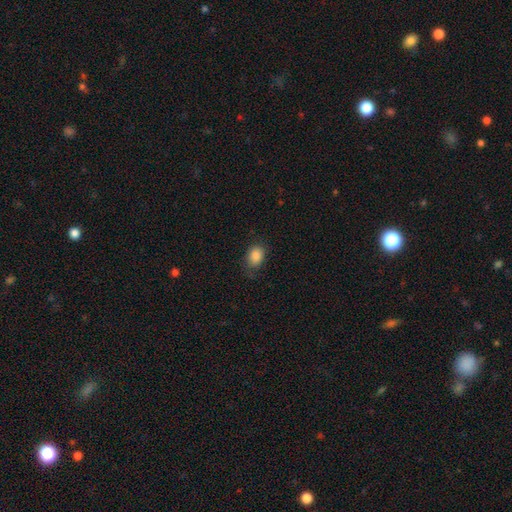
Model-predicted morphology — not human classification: smooth-or-featured: smooth: 87% | star or artifact: 9% | featured or disk: 5%
  how-rounded: in between: 67% | round: 31% | cigar-shaped: 1%
  merging: none: 73% | minor disturbance: 20% | major disturbance: 5% | merger: 1%